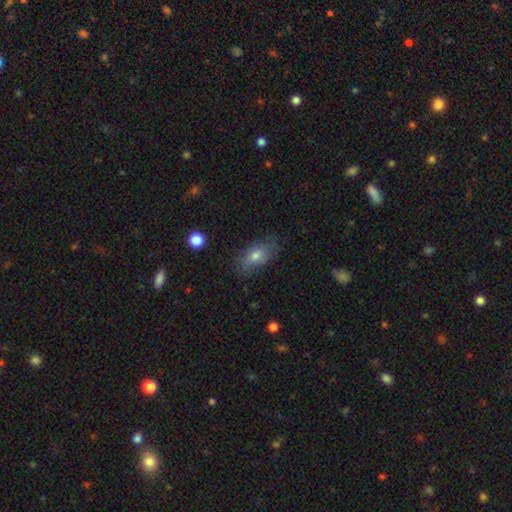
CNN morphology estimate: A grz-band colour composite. It shows a smooth galaxy with no disk features (65%) that is in between round and cigar-shaped (84%). Merging: none (72%).